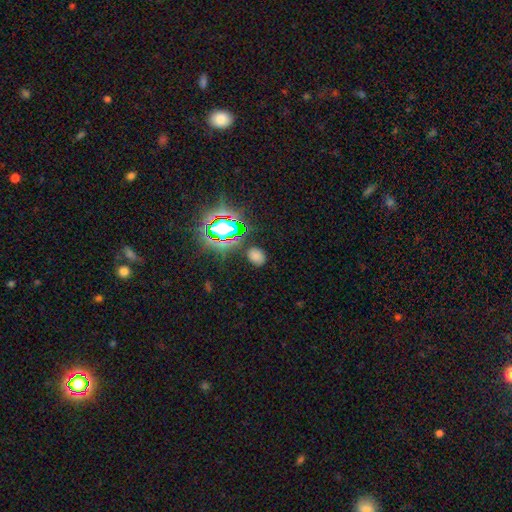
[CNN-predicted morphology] This is likely a smooth galaxy (66%). How rounded: possibly in between (59%). Merging: clearly none (81%).